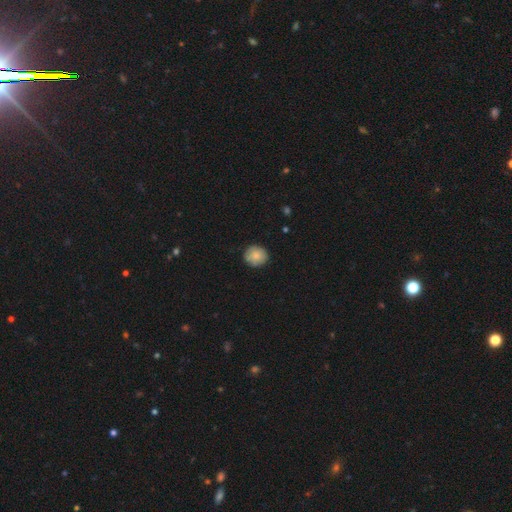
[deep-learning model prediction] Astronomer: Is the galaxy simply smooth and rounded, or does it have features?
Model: smooth — 82%.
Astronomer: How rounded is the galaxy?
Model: round — 83%.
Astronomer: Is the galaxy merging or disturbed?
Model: none — 82%.